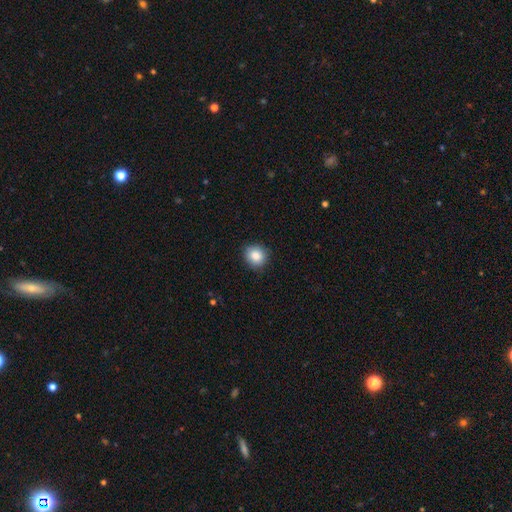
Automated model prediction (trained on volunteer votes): This is clearly a smooth galaxy (86%). How rounded: clearly round (84%). Merging: clearly none (87%).